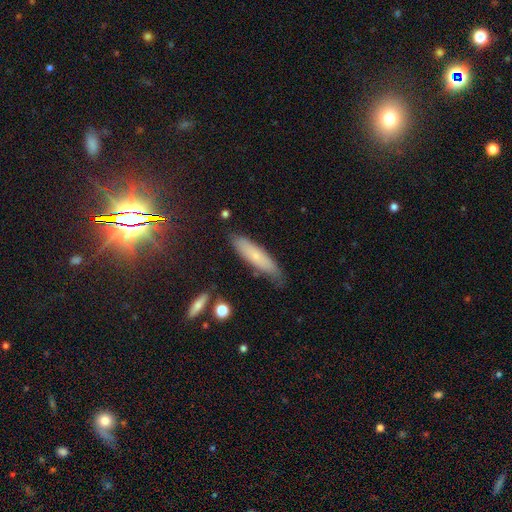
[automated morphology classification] Q: Smooth or featured?
A: smooth (64%); runner-up: featured or disk (28%)
Q: How rounded?
A: cigar-shaped (74%); runner-up: in between (25%)
Q: Merging?
A: none (68%); runner-up: minor disturbance (25%)